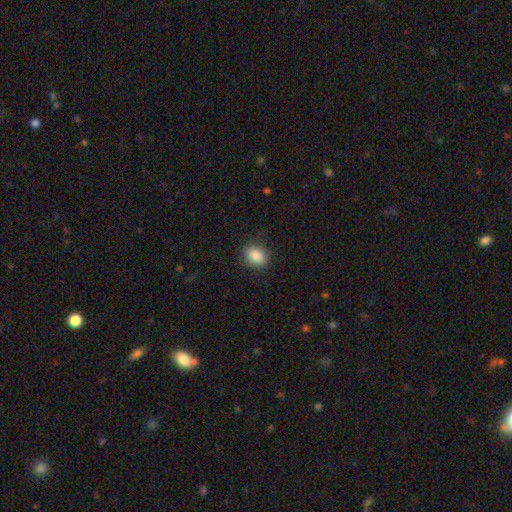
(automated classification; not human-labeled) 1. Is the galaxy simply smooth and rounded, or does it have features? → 88% smooth, 8% star or artifact, 4% featured or disk.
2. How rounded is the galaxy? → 72% in between, 27% round, 1% cigar-shaped.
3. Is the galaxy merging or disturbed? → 87% none, 9% minor disturbance, 3% major disturbance, 1% merger.